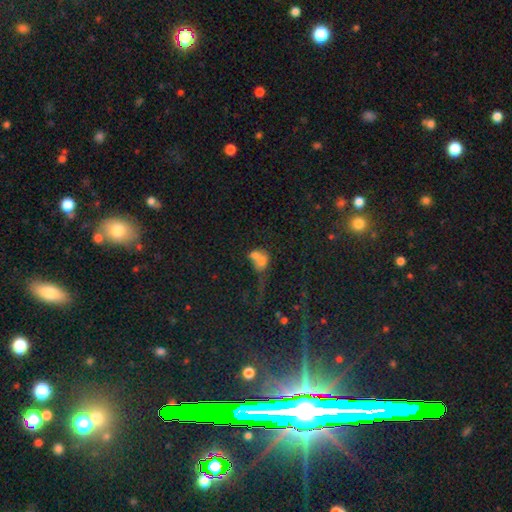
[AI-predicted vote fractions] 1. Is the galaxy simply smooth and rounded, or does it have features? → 62% smooth, 22% featured or disk, 15% star or artifact.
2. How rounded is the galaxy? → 53% in between, 45% round, 2% cigar-shaped.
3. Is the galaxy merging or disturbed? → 66% merger, 16% none, 11% major disturbance, 7% minor disturbance.